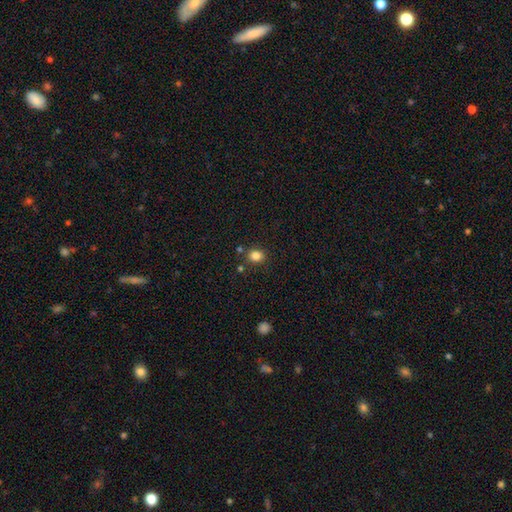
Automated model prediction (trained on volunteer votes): smooth_or_featured: smooth (p=0.84) [alt: star or artifact p=0.12]
how_rounded: round (p=0.68) [alt: in between p=0.31]
merging: none (p=0.82) [alt: minor disturbance p=0.09]